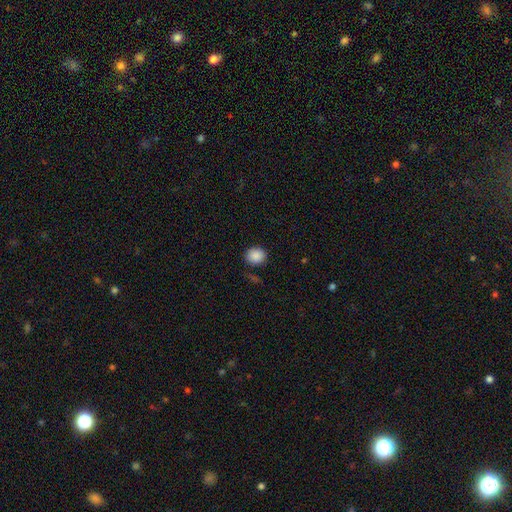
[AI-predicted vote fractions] smooth 88%, star or artifact 9%, featured or disk 3%. Down the decision tree: how rounded — round (78%); merging — none (85%).